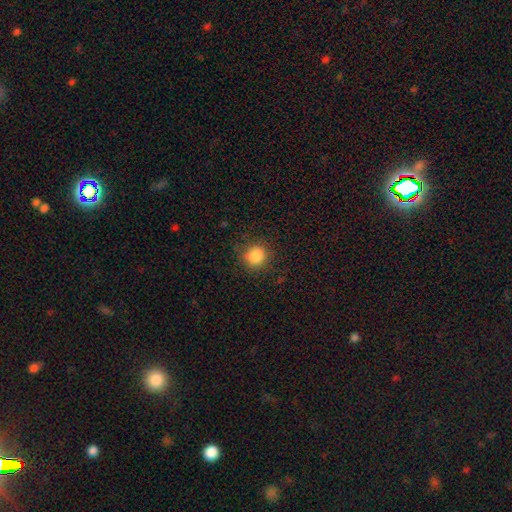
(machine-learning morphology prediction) This appears to be a smooth galaxy with no disk features (85%) that is round (85%). Merging: none (84%).